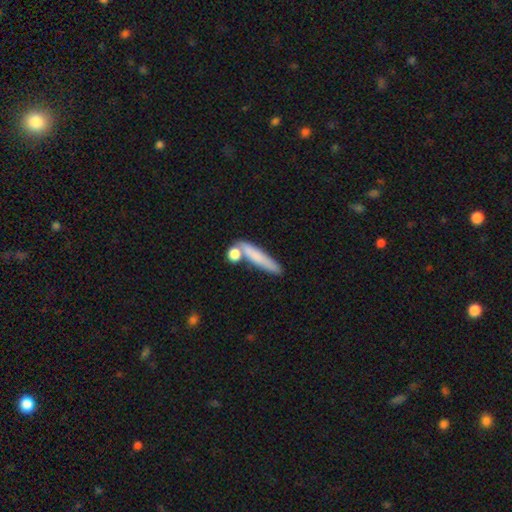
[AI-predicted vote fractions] Morphology: type=smooth (72%); roundness=cigar-shaped (77%); merging=none (59%).